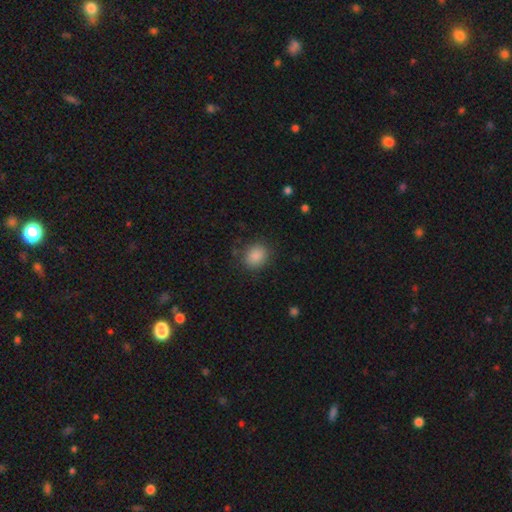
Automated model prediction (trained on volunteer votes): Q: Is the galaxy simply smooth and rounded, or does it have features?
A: smooth — 87%.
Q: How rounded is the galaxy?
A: round — 61%.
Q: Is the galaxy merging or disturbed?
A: none — 84%.